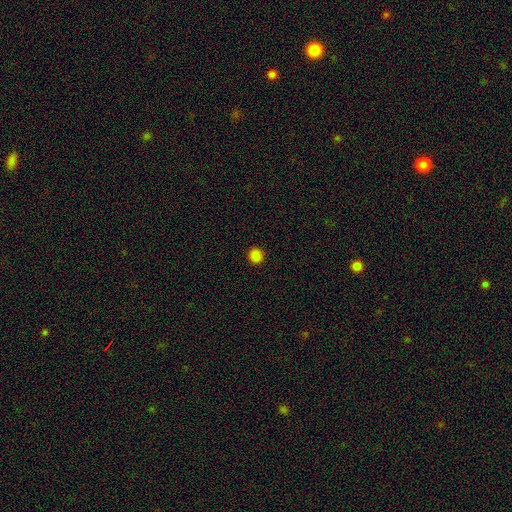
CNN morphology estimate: type=smooth (85%); roundness=round (89%); merging=none (92%).